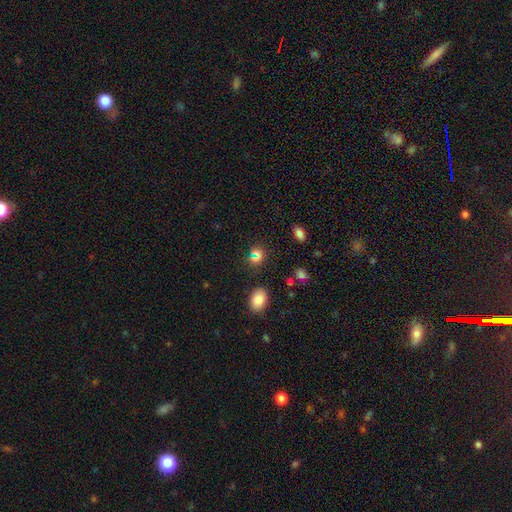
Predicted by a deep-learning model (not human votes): smooth 57%, star or artifact 36%, featured or disk 8%. Down the decision tree: how rounded — round (68%); merging — none (73%).